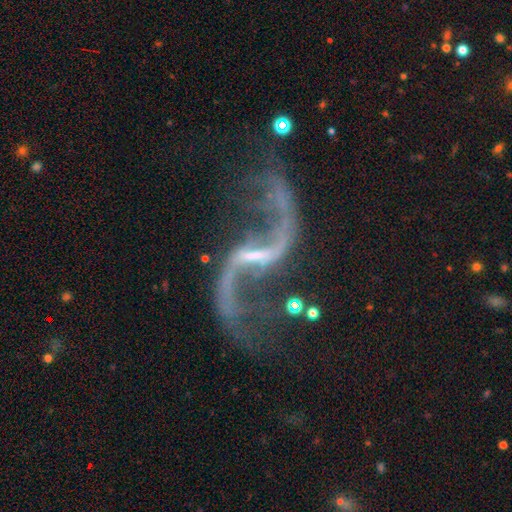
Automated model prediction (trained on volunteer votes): smooth-or-featured: featured or disk: 92% | star or artifact: 6% | smooth: 2%
  disk-edge-on: no: 97% | yes: 3%
    bar: weak: 45% | strong: 35% | no: 20%
    has-spiral-arms: yes: 97% | no: 3%
      spiral-winding: loose: 92% | medium: 5% | tight: 2%
      spiral-arm-count: 2: 94% | 1: 1% | can't tell: 1% | 3: 1% | 4: 1% | more than 4: 1%
    bulge-size: small: 59% | none: 28% | moderate: 10% | large: 2% | dominant: 1%
  merging: none: 63% | minor disturbance: 16% | major disturbance: 15% | merger: 6%